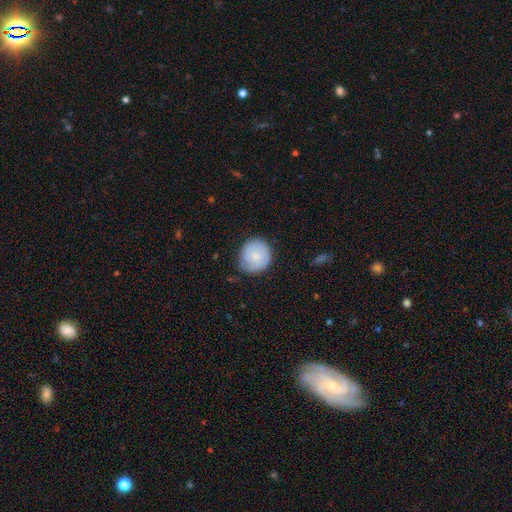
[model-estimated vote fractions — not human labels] Smooth or featured? Predicted: smooth (p=0.66). How rounded? Predicted: round (p=0.86). Merging? Predicted: none (p=0.67).